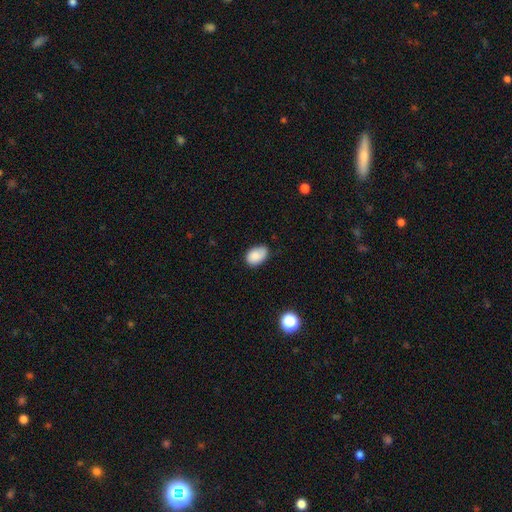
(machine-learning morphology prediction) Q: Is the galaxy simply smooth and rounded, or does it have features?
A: smooth — 85%.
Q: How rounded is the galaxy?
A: in between — 86%.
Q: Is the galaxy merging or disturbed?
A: none — 65%.